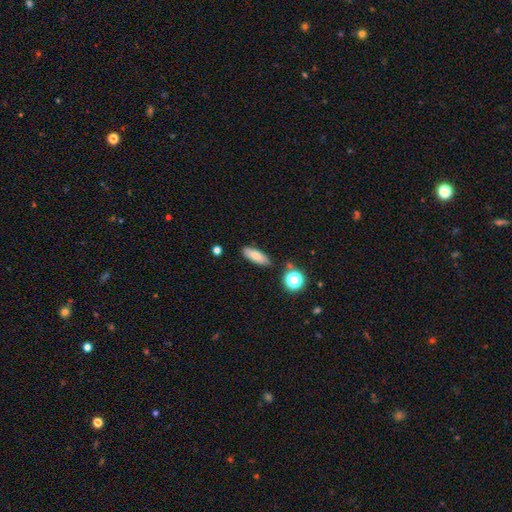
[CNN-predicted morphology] Smooth or featured?
  - smooth: 79% *
  - featured or disk: 12%
  - star or artifact: 9%
How rounded?
  - in between: 64% *
  - cigar-shaped: 33%
  - round: 4%
Merging?
  - none: 81% *
  - minor disturbance: 12%
  - merger: 4%
  - major disturbance: 3%